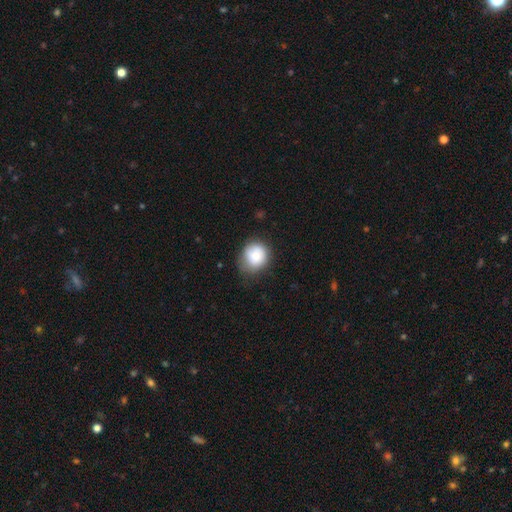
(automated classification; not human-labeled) A smooth galaxy with no disk features (76%) that is round (78%).

Vote fractions:
- Smooth or featured? smooth: 76% / featured or disk: 16% / star or artifact: 8%
- How rounded? round: 78% / in between: 21% / cigar-shaped: 1%
- Merging? none: 61% / minor disturbance: 28% / major disturbance: 8% / merger: 3%